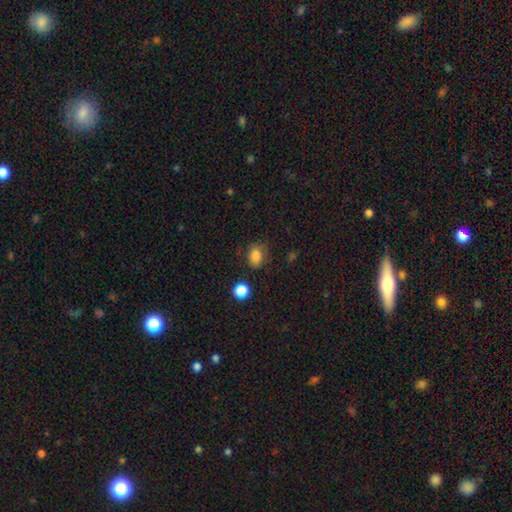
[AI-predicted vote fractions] smooth-or-featured: smooth: 84% | star or artifact: 11% | featured or disk: 5%
  how-rounded: in between: 65% | round: 34% | cigar-shaped: 1%
  merging: none: 72% | minor disturbance: 20% | major disturbance: 6% | merger: 3%